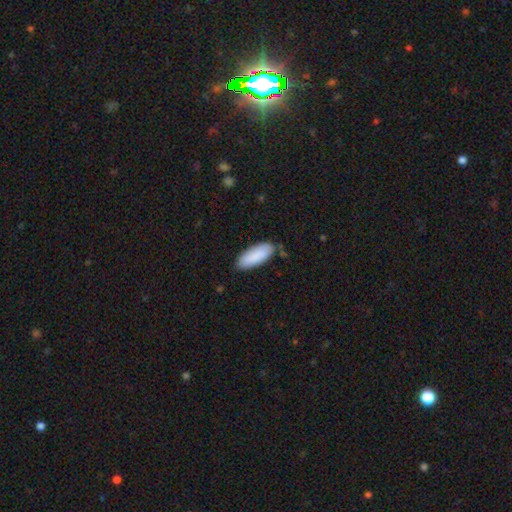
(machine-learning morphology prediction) smooth 88%, featured or disk 6%, star or artifact 6%. Down the decision tree: how rounded — in between (75%); merging — none (81%).